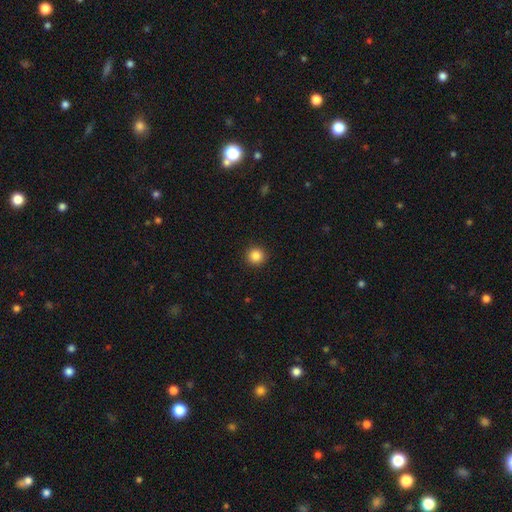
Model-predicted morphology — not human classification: The model was most divided on "smooth or featured": smooth: 86%, star or artifact: 11%, featured or disk: 3%. More confident: how rounded — round (95%); merging — none (92%).